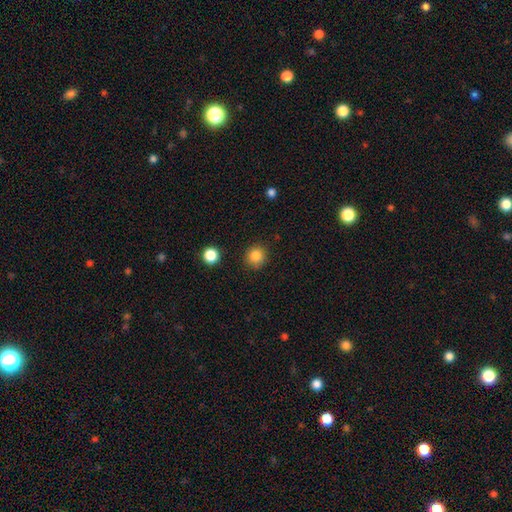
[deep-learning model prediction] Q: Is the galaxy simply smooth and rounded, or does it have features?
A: smooth — 85%.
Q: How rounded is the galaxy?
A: round — 92%.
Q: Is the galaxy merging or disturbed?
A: none — 89%.